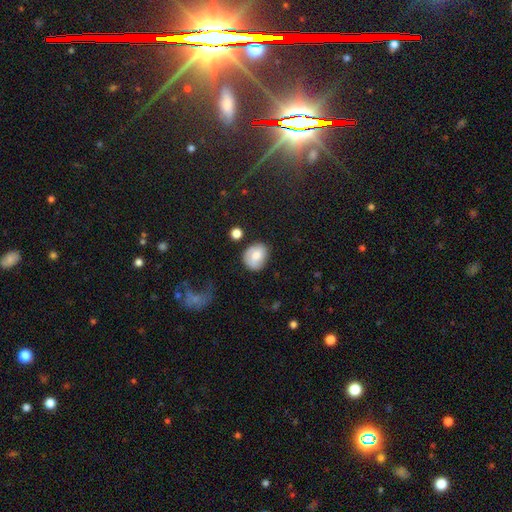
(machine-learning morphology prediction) The model was most divided on "how rounded": round: 56%, in between: 43%, cigar-shaped: 1%. More confident: smooth or featured — smooth (72%); merging — none (65%).